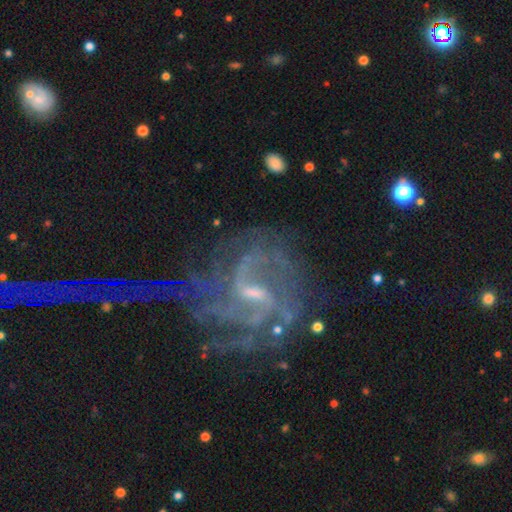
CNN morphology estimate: A featured or disk galaxy (84%) with a weak bar (58%), 2 (36%) medium (47%) spiral arms (94%) and a small central bulge (61%). Merging: none (61%).